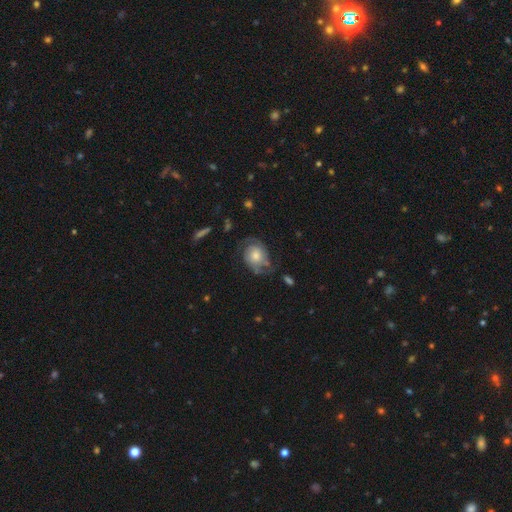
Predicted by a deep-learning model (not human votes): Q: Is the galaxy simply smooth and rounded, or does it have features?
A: featured or disk — 73%.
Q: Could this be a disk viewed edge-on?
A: no — 97%.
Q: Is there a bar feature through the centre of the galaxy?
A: no — 74%.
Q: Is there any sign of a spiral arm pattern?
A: yes — 92%.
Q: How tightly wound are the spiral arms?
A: medium — 42%.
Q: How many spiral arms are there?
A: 2 — 78%.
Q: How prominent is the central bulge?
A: moderate — 48%.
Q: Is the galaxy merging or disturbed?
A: none — 62%.